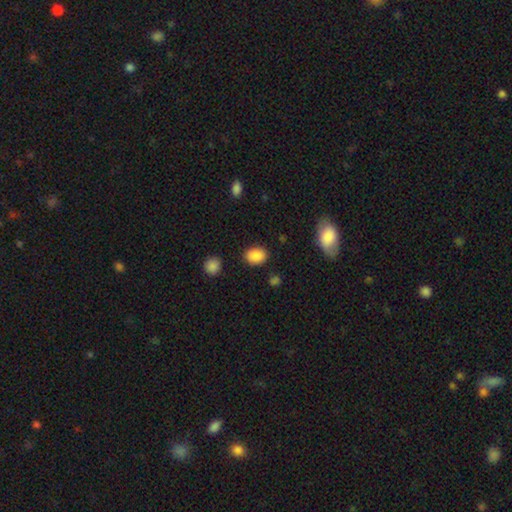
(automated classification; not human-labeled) Smooth or featured: smooth — 87% (star or artifact — 9%)
How rounded: in between — 68% (round — 31%)
Merging: none — 84% (minor disturbance — 11%)